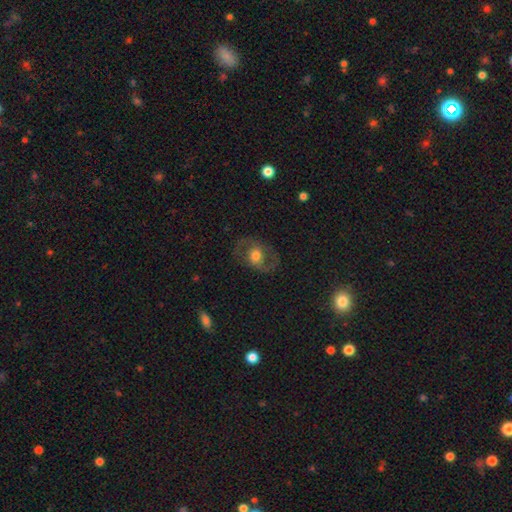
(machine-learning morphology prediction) The model was most divided on "spiral arms": yes: 63%, no: 37%. More confident: edge-on disk — no (95%); merging — none (74%); bar — no (68%); bulge size — moderate (65%); smooth or featured — featured or disk (60%).